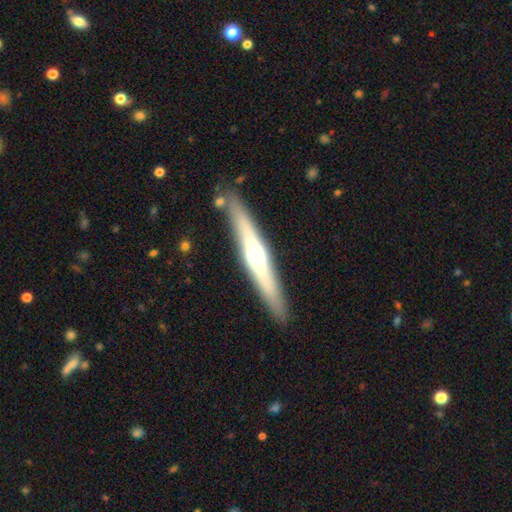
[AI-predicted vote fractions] featured or disk 61%, smooth 34%, star or artifact 5%. Down the decision tree: edge-on disk — yes (95%); edge-on bulge — rounded (83%); merging — none (87%).